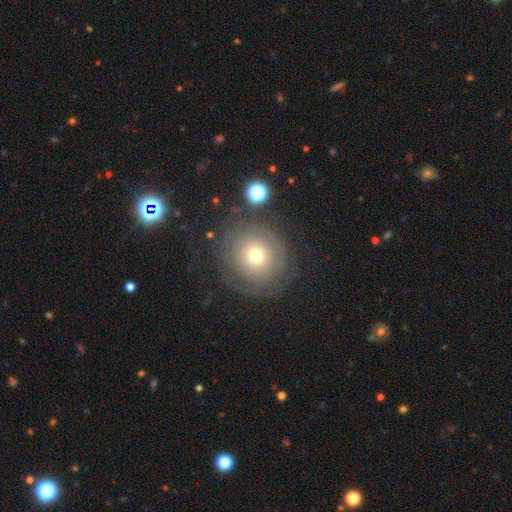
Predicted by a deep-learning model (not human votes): A smooth galaxy with no disk features (49%).

Vote fractions:
- Smooth or featured? smooth: 49% / featured or disk: 38% / star or artifact: 13%
- Merging? none: 72% / minor disturbance: 14% / major disturbance: 11% / merger: 3%